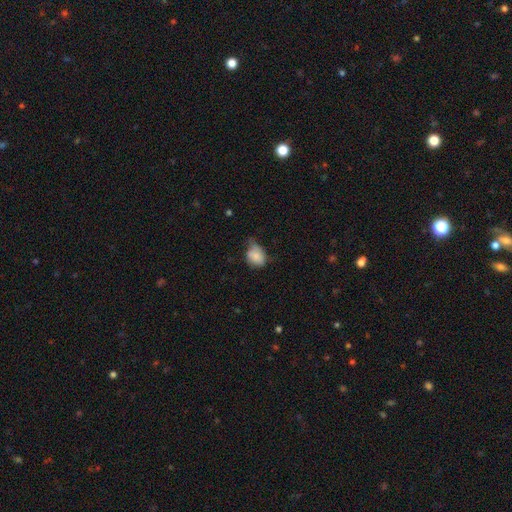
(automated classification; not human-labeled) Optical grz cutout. It shows a smooth galaxy with no disk features (78%) that is in between round and cigar-shaped (53%). Merging: minor disturbance (47%).